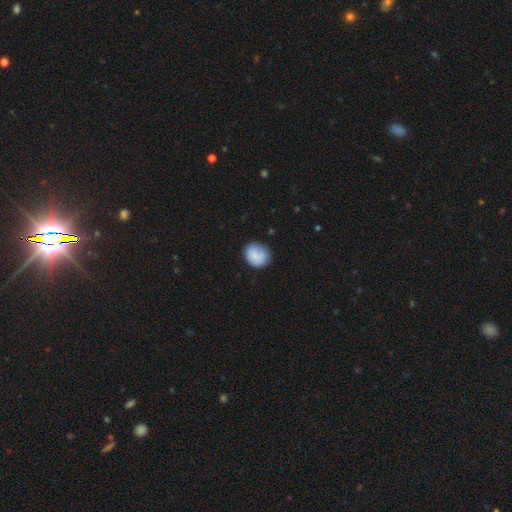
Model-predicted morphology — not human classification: Smooth or featured? smooth (76%)
How rounded? round (73%)
Merging? none (70%)